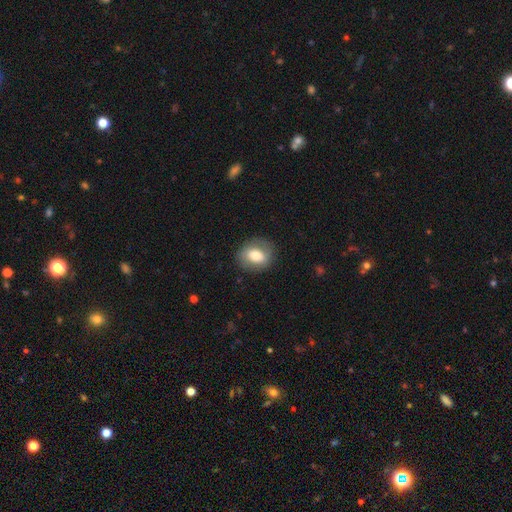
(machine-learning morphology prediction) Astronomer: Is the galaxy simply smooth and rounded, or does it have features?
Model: smooth — 66%.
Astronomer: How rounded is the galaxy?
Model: round — 56% (runner-up: in between, 43%).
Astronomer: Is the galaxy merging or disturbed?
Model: none — 82%.